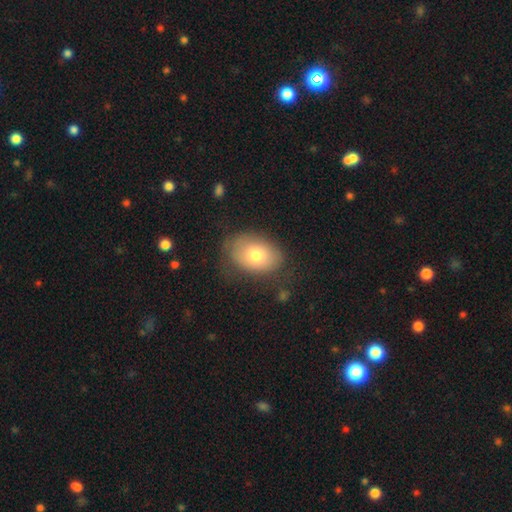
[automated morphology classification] type=smooth (75%); roundness=in between (79%); merging=none (72%).